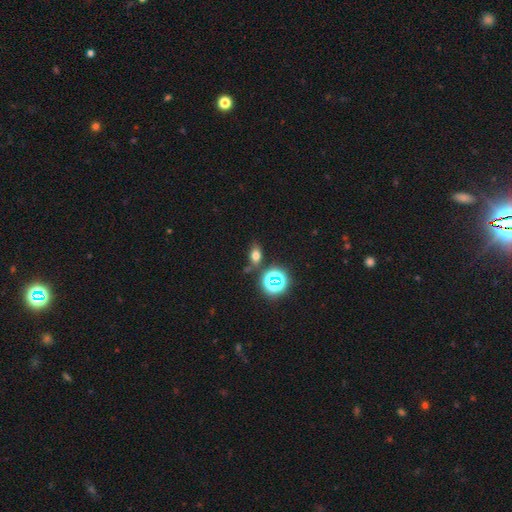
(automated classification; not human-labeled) smooth-or-featured: smooth: 64% | star or artifact: 25% | featured or disk: 11%
  how-rounded: in between: 75% | round: 21% | cigar-shaped: 4%
  merging: none: 74% | minor disturbance: 14% | merger: 8% | major disturbance: 4%